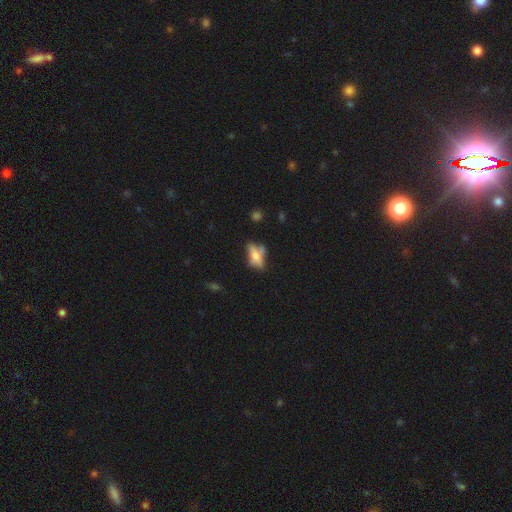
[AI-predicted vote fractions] This appears to be a smooth galaxy with no disk features (52%) that is in between round and cigar-shaped (77%). Merging: none (50%).